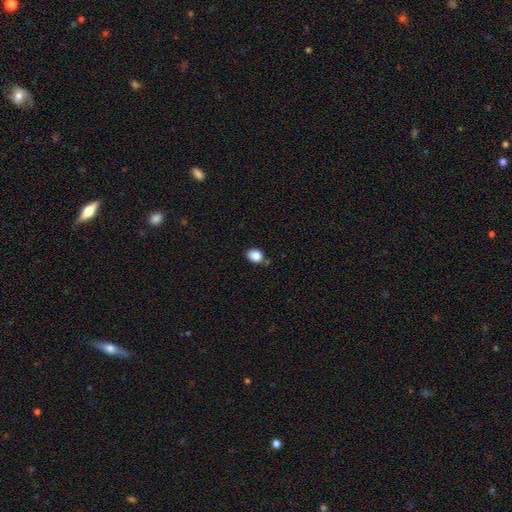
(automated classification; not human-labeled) smooth-or-featured: smooth: 87% | star or artifact: 9% | featured or disk: 4%
  how-rounded: in between: 54% | round: 45% | cigar-shaped: 1%
  merging: none: 72% | minor disturbance: 18% | merger: 6% | major disturbance: 4%